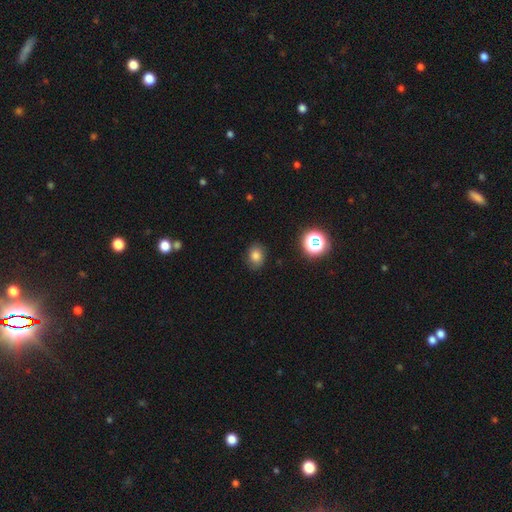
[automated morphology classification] Smooth or featured? smooth (78%)
How rounded? in between (52%)
Merging? none (84%)